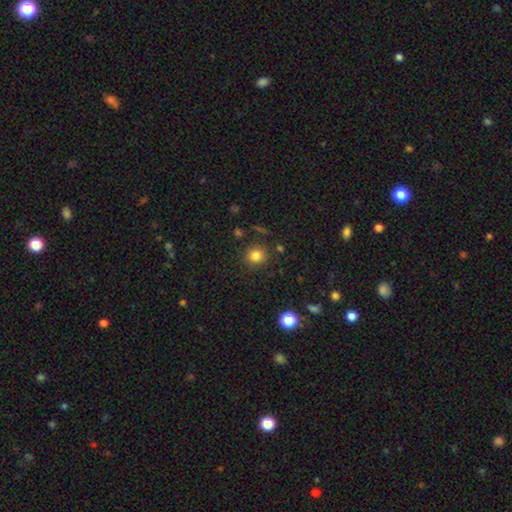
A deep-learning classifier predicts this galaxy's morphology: A smooth galaxy with no disk features (82%) that is round (86%).

Vote fractions:
- Smooth or featured? smooth: 82% / star or artifact: 12% / featured or disk: 5%
- How rounded? round: 86% / in between: 14% / cigar-shaped: 1%
- Merging? none: 86% / minor disturbance: 8% / major disturbance: 3% / merger: 3%